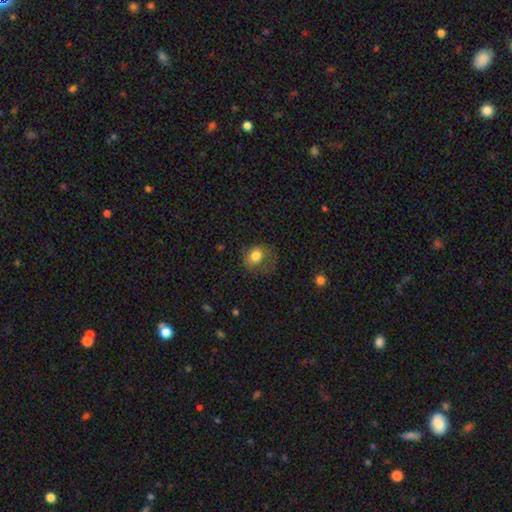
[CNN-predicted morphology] Smooth or featured? smooth (77%)
How rounded? round (63%)
Merging? none (42%)